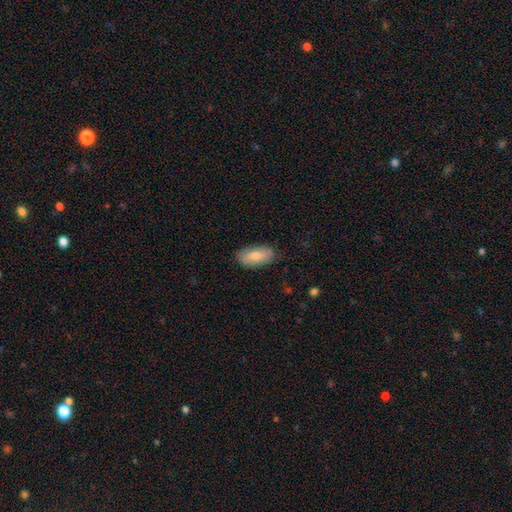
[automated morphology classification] Smooth or featured? Predicted: smooth (p=0.70). How rounded? Predicted: in between (p=0.91). Merging? Predicted: none (p=0.83).